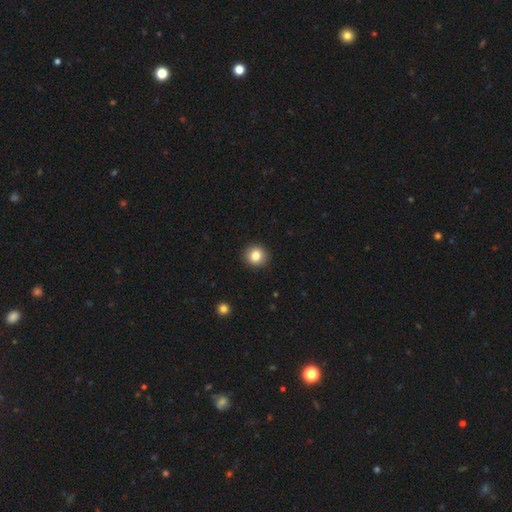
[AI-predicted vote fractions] Smooth or featured? smooth (84%)
How rounded? round (90%)
Merging? none (92%)